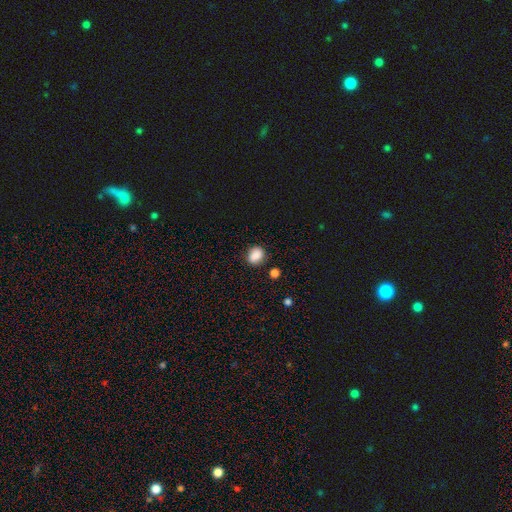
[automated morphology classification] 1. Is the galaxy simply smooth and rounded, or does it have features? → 85% smooth, 10% star or artifact, 5% featured or disk.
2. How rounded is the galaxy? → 52% round, 47% in between, 1% cigar-shaped.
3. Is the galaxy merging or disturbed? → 77% none, 15% minor disturbance, 4% major disturbance, 4% merger.